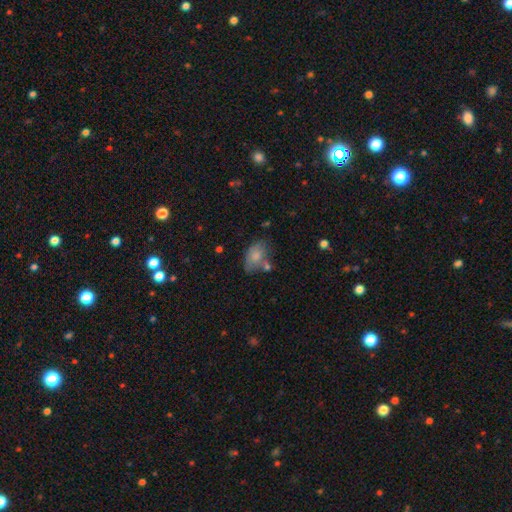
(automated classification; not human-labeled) A smooth galaxy with no disk features (75%) that is in between round and cigar-shaped (86%). Merging: none (49%).